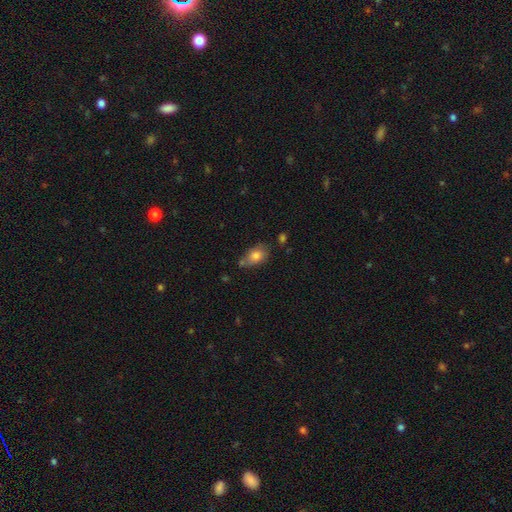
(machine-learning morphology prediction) Smooth or featured?
  - smooth: 80% *
  - featured or disk: 12%
  - star or artifact: 8%
How rounded?
  - in between: 81% *
  - round: 16%
  - cigar-shaped: 2%
Merging?
  - none: 55% *
  - minor disturbance: 26%
  - merger: 12%
  - major disturbance: 6%